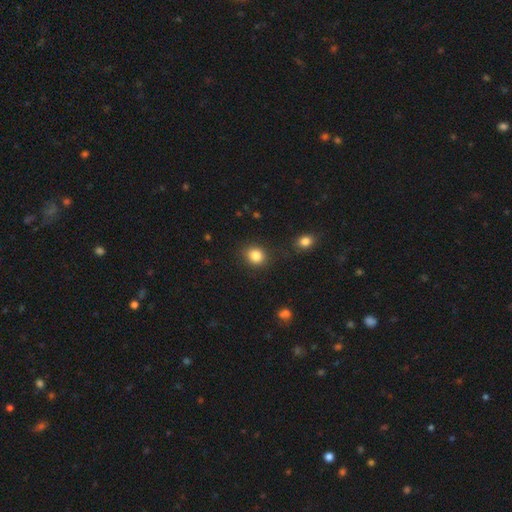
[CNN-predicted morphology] smooth-or-featured: smooth: 85% | star or artifact: 10% | featured or disk: 5%
  how-rounded: round: 73% | in between: 26% | cigar-shaped: 1%
  merging: none: 84% | minor disturbance: 10% | major disturbance: 3% | merger: 3%